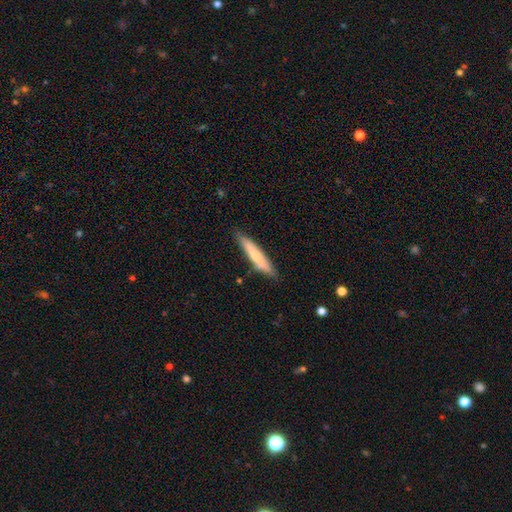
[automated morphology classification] This appears to be a smooth galaxy with no disk features (68%) that is cigar-shaped (90%). Merging: none (83%).